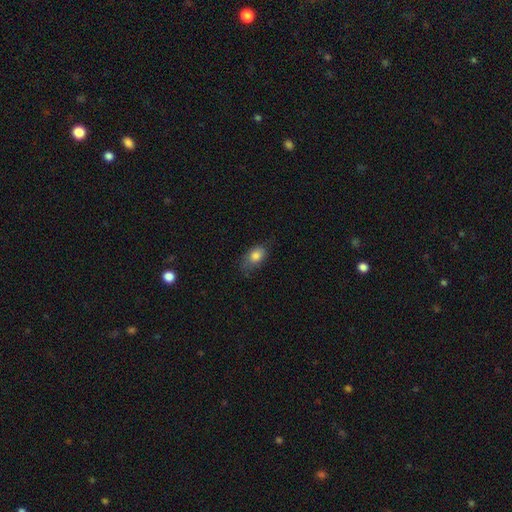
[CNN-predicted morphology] smooth 82%, featured or disk 10%, star or artifact 8%. Down the decision tree: how rounded — in between (85%); merging — none (64%).